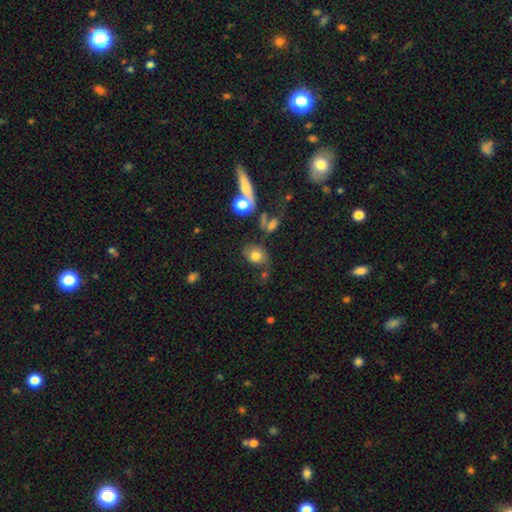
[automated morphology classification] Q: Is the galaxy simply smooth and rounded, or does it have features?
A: smooth — 74%.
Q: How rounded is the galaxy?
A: in between — 54%.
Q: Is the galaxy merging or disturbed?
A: none — 53%.